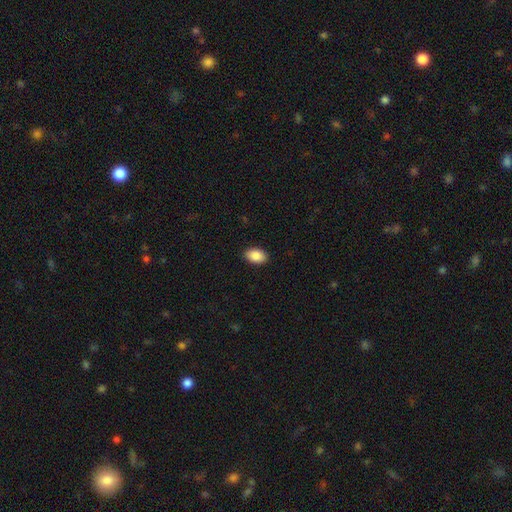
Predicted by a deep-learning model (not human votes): Smooth or featured?
  - smooth: 89% *
  - star or artifact: 7%
  - featured or disk: 4%
How rounded?
  - in between: 90% *
  - round: 8%
  - cigar-shaped: 1%
Merging?
  - none: 90% *
  - minor disturbance: 7%
  - major disturbance: 2%
  - merger: 1%